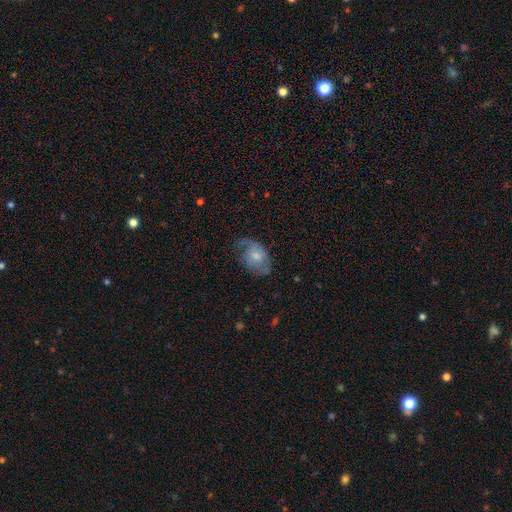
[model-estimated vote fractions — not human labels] Smooth or featured?
  - featured or disk: 47% *
  - smooth: 45%
  - star or artifact: 7%
Merging?
  - none: 49% *
  - minor disturbance: 29%
  - major disturbance: 20%
  - merger: 2%